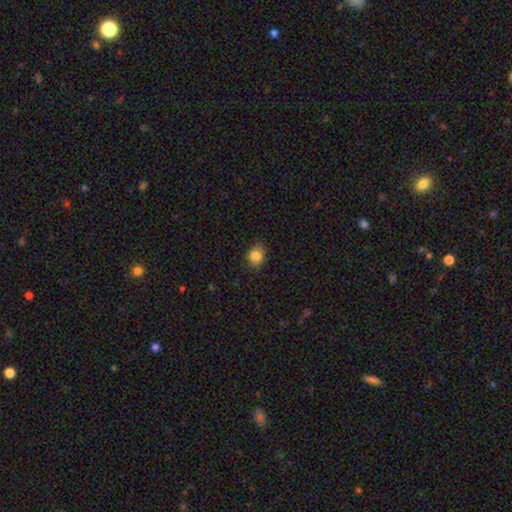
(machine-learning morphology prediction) Smooth or featured? Predicted: smooth (p=0.86). How rounded? Predicted: round (p=0.63). Merging? Predicted: none (p=0.76).